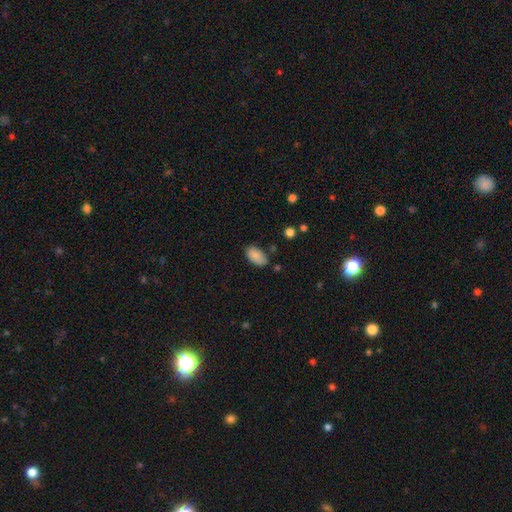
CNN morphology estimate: smooth_or_featured: smooth (p=0.88) [alt: star or artifact p=0.07]
how_rounded: in between (p=0.94) [alt: round p=0.03]
merging: none (p=0.75) [alt: minor disturbance p=0.18]